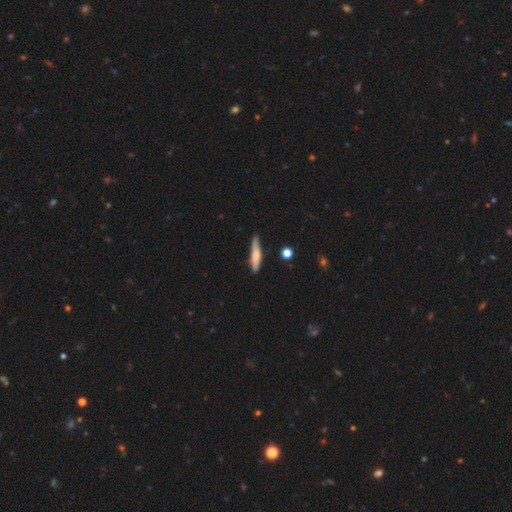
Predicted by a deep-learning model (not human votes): This is likely a smooth galaxy (64%). How rounded: clearly cigar-shaped (85%). Merging: likely none (79%).